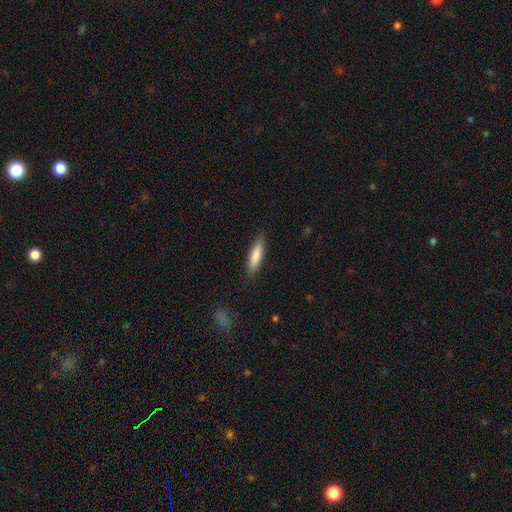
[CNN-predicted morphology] type=smooth (82%); roundness=cigar-shaped (68%); merging=none (85%).